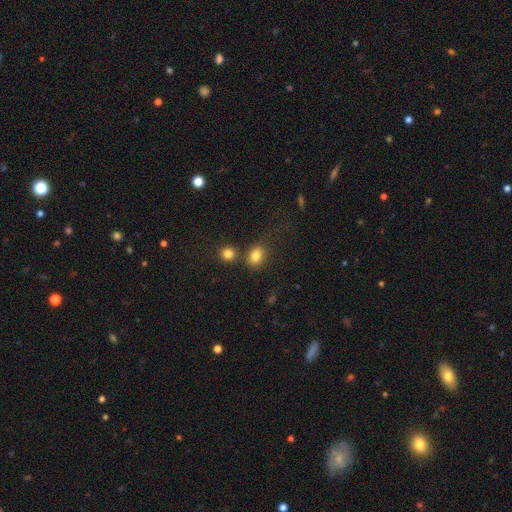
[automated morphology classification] Q: Smooth or featured?
A: smooth (81%); runner-up: star or artifact (12%)
Q: How rounded?
A: in between (54%); runner-up: round (45%)
Q: Merging?
A: none (62%); runner-up: merger (19%)